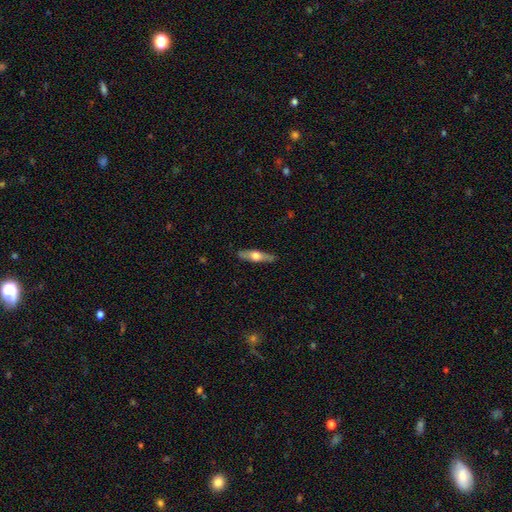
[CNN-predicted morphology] A featured or disk galaxy (49%).

Vote fractions:
- Smooth or featured? featured or disk: 49% / smooth: 45% / star or artifact: 5%
- Merging? none: 87% / minor disturbance: 10% / major disturbance: 2% / merger: 1%